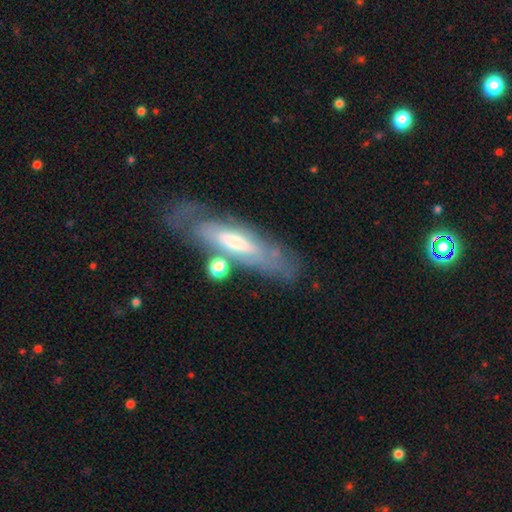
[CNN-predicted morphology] Overall: featured or disk (64%; smooth 29%). Edge-on disk: no (63%; yes 37%). Merging: none (66%).